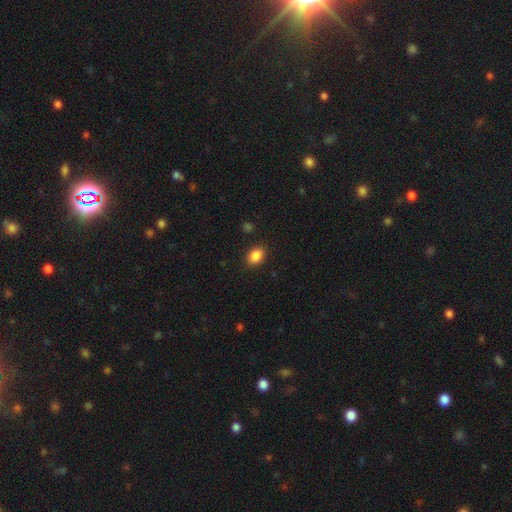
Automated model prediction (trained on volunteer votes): Smooth or featured? Predicted: smooth (p=0.87). How rounded? Predicted: in between (p=0.78). Merging? Predicted: none (p=0.87).